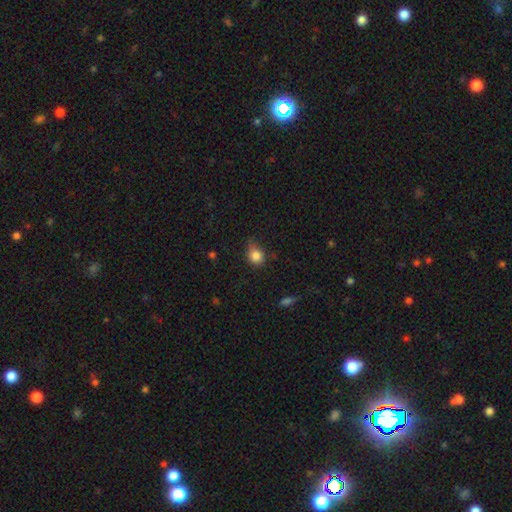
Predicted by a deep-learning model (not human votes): This is clearly a smooth galaxy (84%). How rounded: likely round (67%). Merging: possibly none (58%).